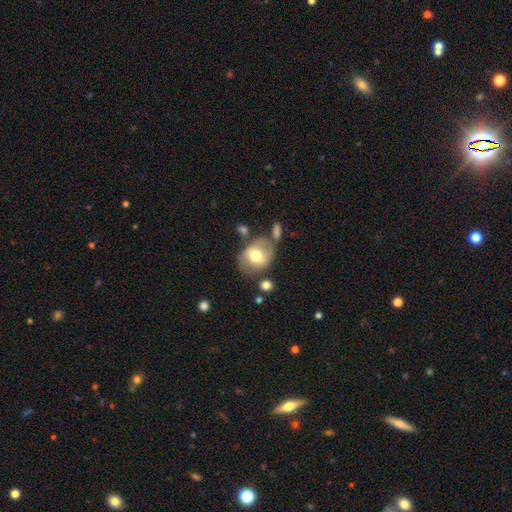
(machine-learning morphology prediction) type=smooth (59%); roundness=in between (52%); merging=none (60%).